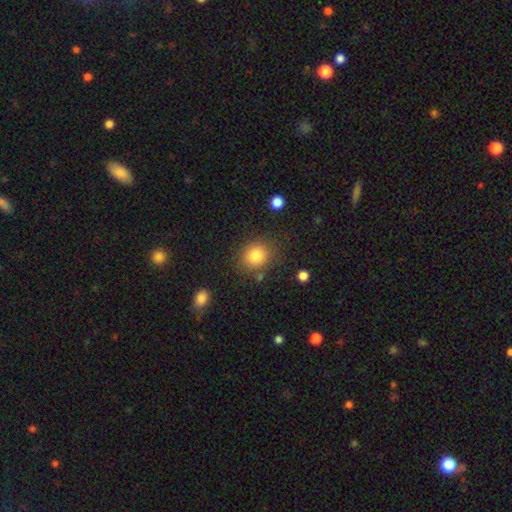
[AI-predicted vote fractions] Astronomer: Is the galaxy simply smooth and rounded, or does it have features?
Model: smooth — 84%.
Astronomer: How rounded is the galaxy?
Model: round — 76%.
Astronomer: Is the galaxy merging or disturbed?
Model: none — 80%.